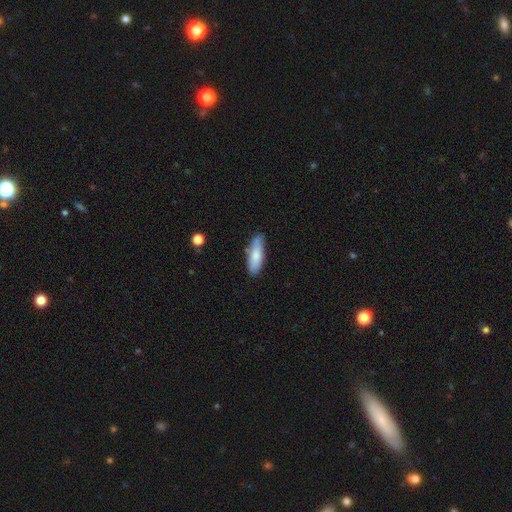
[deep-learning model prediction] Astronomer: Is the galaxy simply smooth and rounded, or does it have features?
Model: smooth — 79%.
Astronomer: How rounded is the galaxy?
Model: in between — 60% (runner-up: cigar-shaped, 38%).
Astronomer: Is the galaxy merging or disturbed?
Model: none — 78%.